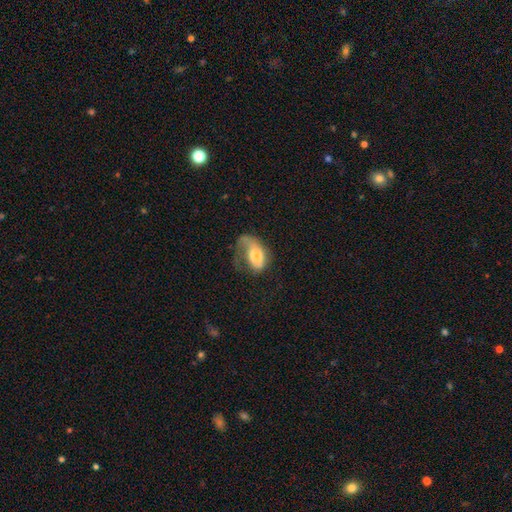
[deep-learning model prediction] Smooth or featured?
  - smooth: 53% *
  - featured or disk: 40%
  - star or artifact: 7%
How rounded?
  - in between: 89% *
  - round: 9%
  - cigar-shaped: 2%
Merging?
  - major disturbance: 56% *
  - minor disturbance: 21%
  - none: 20%
  - merger: 3%